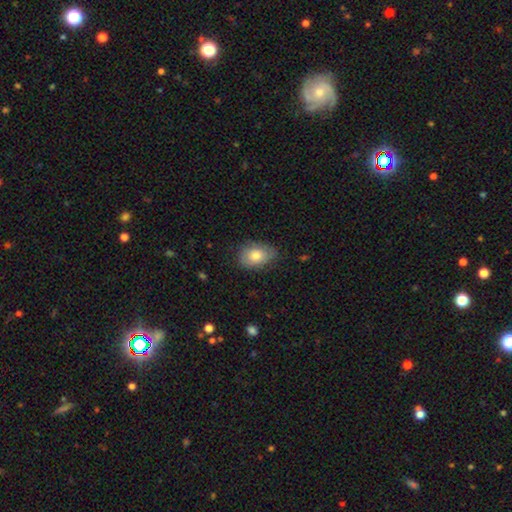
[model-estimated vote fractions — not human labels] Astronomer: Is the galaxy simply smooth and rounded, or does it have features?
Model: smooth — 76%.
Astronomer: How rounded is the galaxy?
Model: in between — 81%.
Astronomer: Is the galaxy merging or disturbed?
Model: none — 72%.